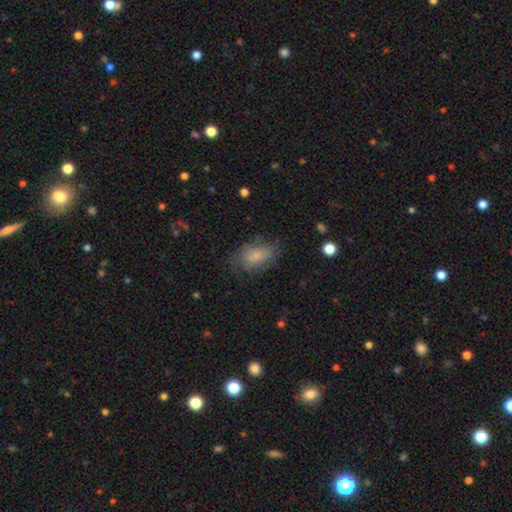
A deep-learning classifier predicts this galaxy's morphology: smooth 71%, featured or disk 20%, star or artifact 8%. Down the decision tree: how rounded — in between (89%); merging — none (58%).